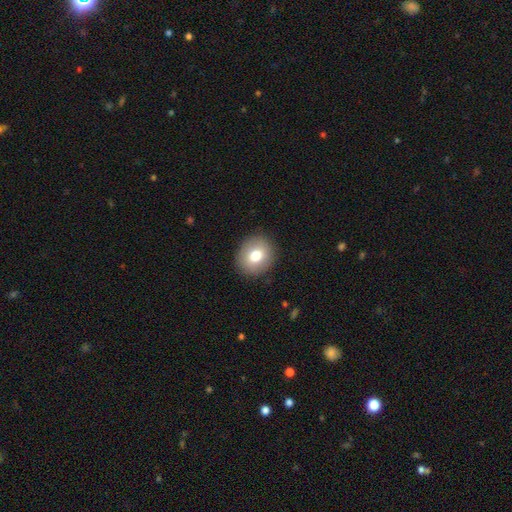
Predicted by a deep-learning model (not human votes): Smooth or featured?
  - smooth: 75% *
  - featured or disk: 16%
  - star or artifact: 9%
How rounded?
  - round: 73% *
  - in between: 26%
  - cigar-shaped: 1%
Merging?
  - none: 90% *
  - minor disturbance: 7%
  - major disturbance: 2%
  - merger: 1%